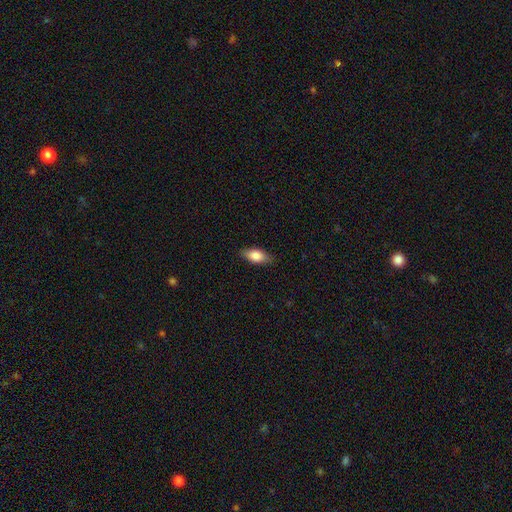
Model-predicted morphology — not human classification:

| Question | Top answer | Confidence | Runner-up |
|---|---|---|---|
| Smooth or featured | smooth | 80% | featured or disk (13%) |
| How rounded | in between | 84% | cigar-shaped (12%) |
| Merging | none | 85% | minor disturbance (12%) |